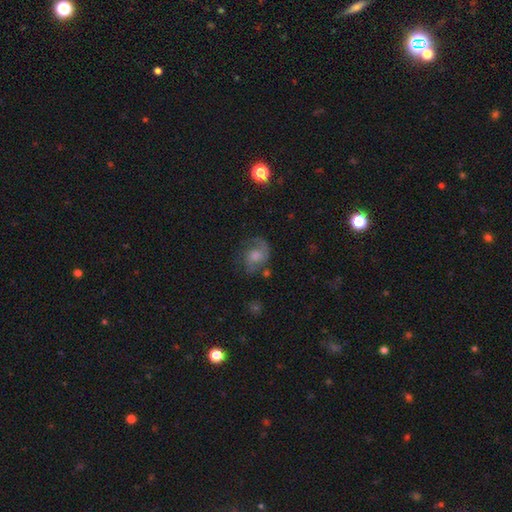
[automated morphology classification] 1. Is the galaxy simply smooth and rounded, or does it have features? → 63% featured or disk, 27% smooth, 10% star or artifact.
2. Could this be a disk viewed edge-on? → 97% no, 3% yes.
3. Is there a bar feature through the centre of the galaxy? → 65% no, 31% weak, 4% strong.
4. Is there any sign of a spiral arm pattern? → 88% yes, 12% no.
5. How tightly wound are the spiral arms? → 48% medium, 34% loose, 18% tight.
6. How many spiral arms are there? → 67% 2, 18% 1, 9% can't tell, 3% 3, 1% 4, 1% more than 4.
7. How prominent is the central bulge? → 43% moderate, 24% small, 17% large, 14% none, 2% dominant.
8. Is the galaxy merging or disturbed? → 57% none, 21% minor disturbance, 18% major disturbance, 4% merger.